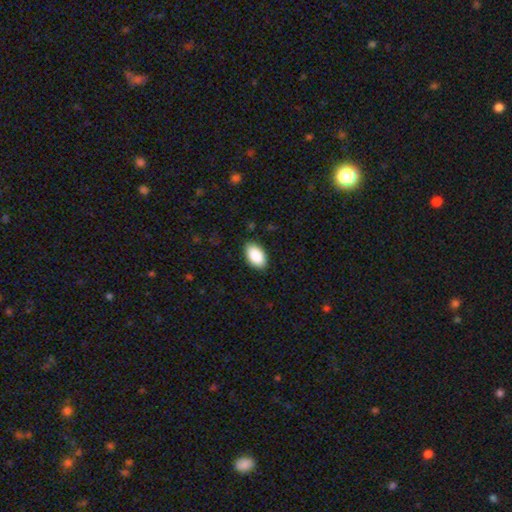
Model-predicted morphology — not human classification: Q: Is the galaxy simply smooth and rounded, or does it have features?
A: smooth — 89%.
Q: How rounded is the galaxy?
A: in between — 95%.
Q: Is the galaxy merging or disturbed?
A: none — 87%.